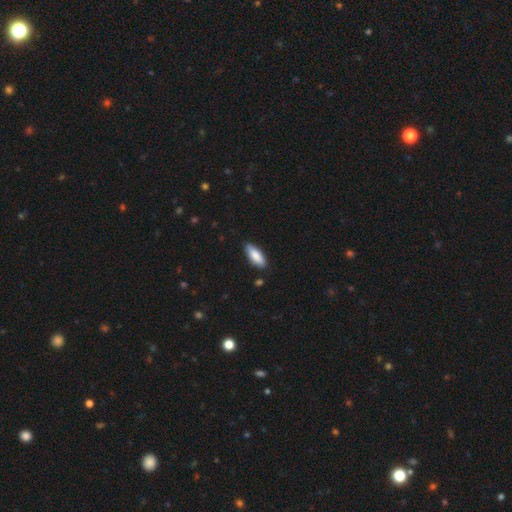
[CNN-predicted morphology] Smooth or featured? smooth (84%)
How rounded? in between (73%)
Merging? none (84%)